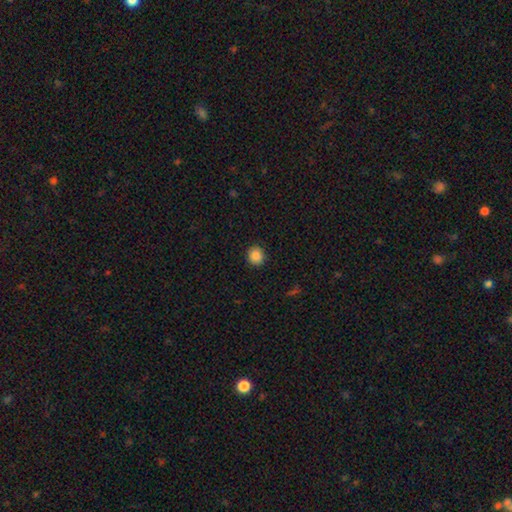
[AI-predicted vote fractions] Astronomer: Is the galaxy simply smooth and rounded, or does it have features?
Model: smooth — 86%.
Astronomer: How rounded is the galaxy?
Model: round — 84%.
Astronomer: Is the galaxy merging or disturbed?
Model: none — 91%.